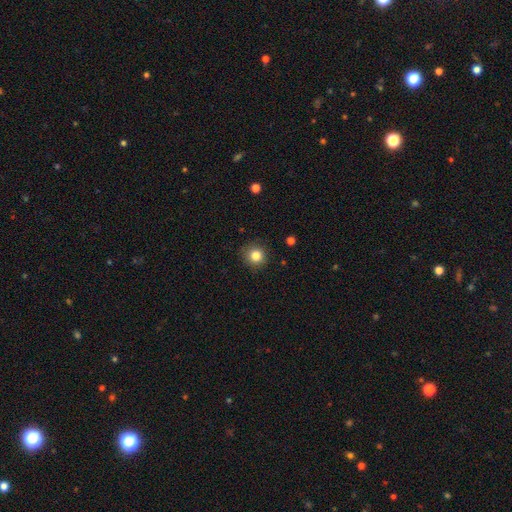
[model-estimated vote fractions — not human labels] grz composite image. It shows a smooth galaxy with no disk features (83%) that is round (93%). Merging: none (89%).